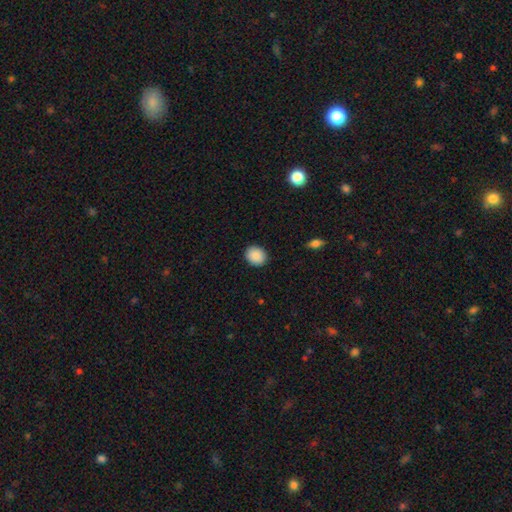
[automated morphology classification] type=smooth (89%); roundness=round (66%); merging=none (90%).